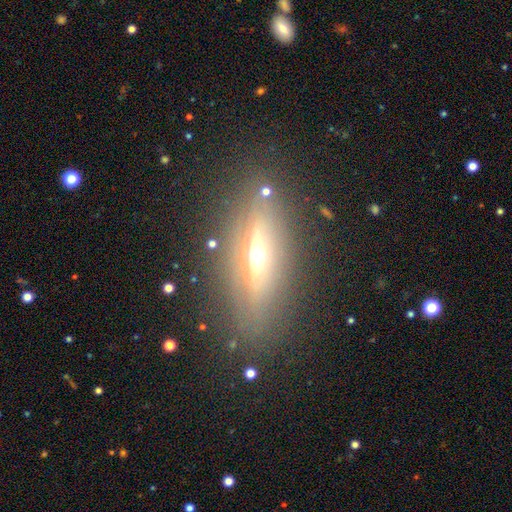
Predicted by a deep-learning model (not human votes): A featured or disk galaxy (65%) viewed edge-on (87%) with a rounded central bulge (91%).

Vote fractions:
- Smooth or featured? featured or disk: 65% / smooth: 25% / star or artifact: 11%
- Edge-on disk? yes: 87% / no: 13%
- Edge-on bulge? rounded: 91% / none: 6% / boxy: 3%
- Merging? none: 83% / minor disturbance: 11% / major disturbance: 4% / merger: 2%